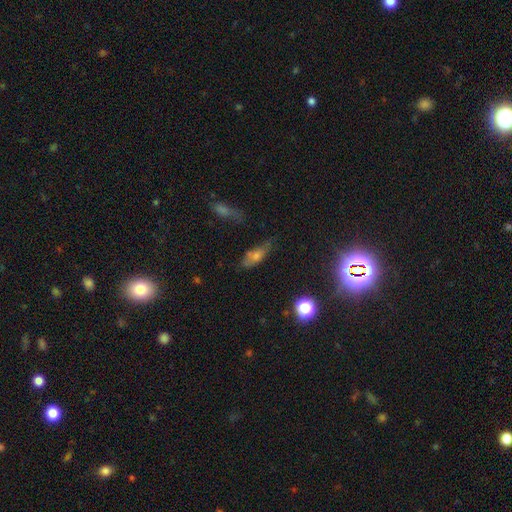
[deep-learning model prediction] This is possibly a smooth galaxy (50%). How rounded: likely in between (62%). Merging: possibly none (58%).